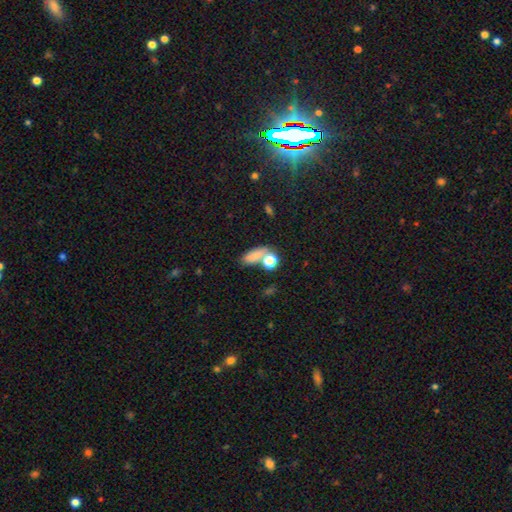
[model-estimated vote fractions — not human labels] The model was most divided on "merging": none: 53%, merger: 27%, minor disturbance: 13%, major disturbance: 7%. More confident: smooth or featured — smooth (77%); how rounded — in between (63%).